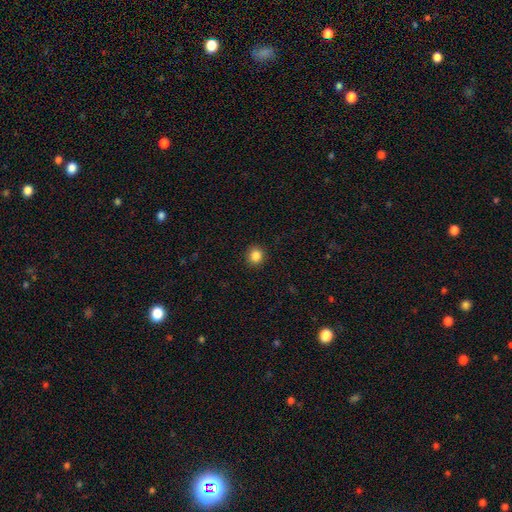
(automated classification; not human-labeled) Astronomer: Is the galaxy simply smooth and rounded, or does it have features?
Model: smooth — 86%.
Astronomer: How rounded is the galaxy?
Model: round — 88%.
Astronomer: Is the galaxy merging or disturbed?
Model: none — 92%.